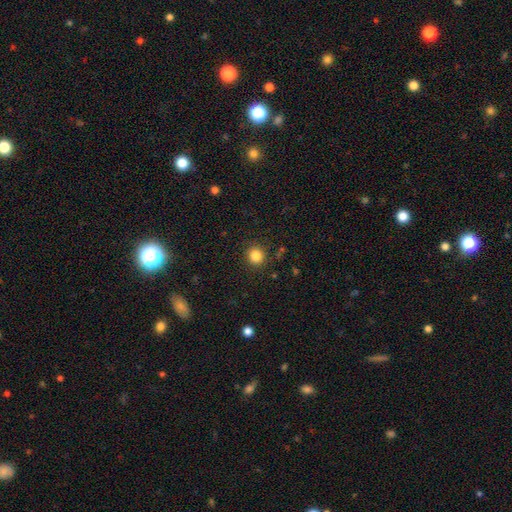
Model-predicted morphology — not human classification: This appears to be a smooth galaxy with no disk features (85%) that is round (88%). Merging: none (89%).